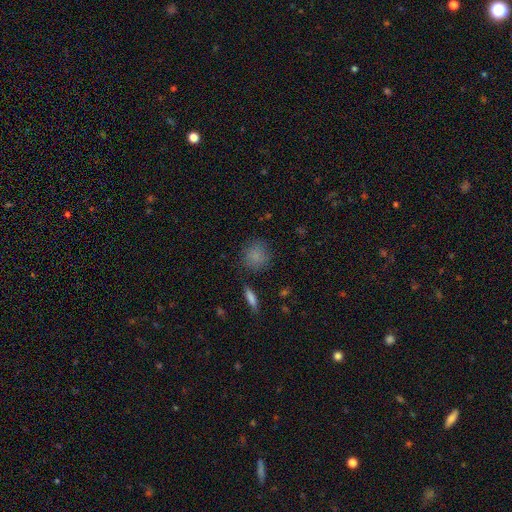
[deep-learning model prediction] Morphology: type=smooth (83%); roundness=round (86%); merging=none (80%).